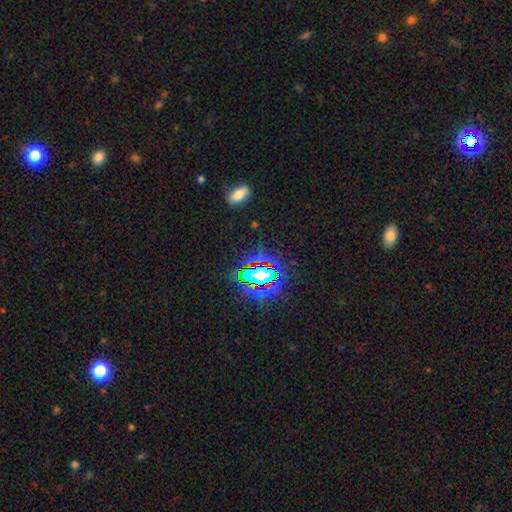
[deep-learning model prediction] Smooth or featured: star or artifact — 77% (smooth — 14%)